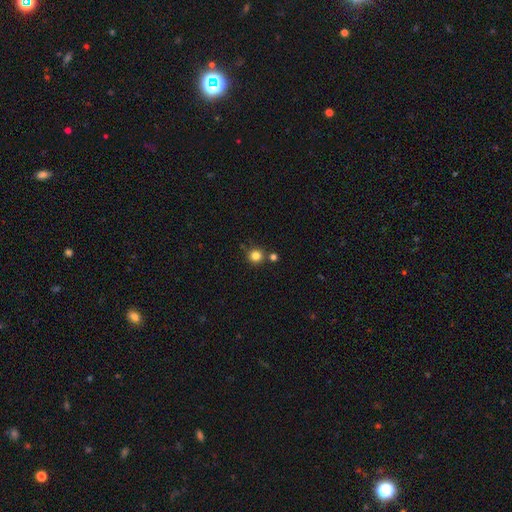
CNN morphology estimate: The model was most divided on "merging": none: 80%, merger: 10%, minor disturbance: 8%, major disturbance: 2%. More confident: how rounded — round (93%); smooth or featured — smooth (83%).